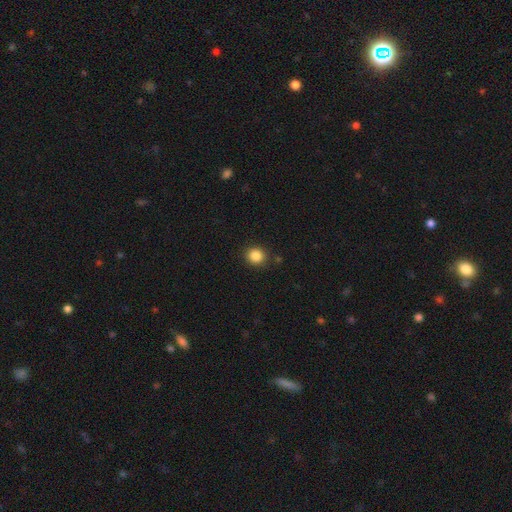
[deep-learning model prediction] The model was most divided on "smooth or featured": smooth: 85%, star or artifact: 11%, featured or disk: 4%. More confident: merging — none (89%); how rounded — round (88%).